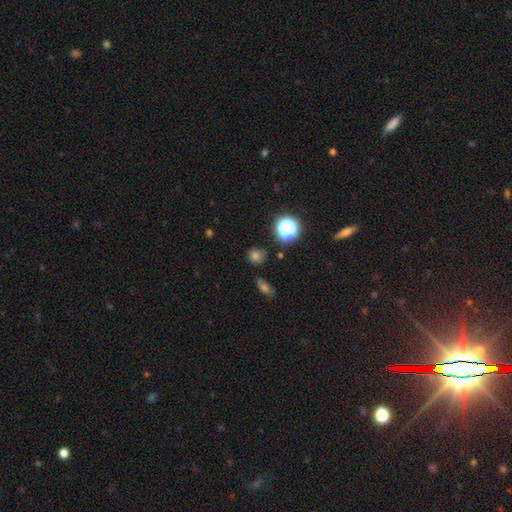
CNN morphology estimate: Smooth or featured: smooth — 64% (star or artifact — 28%)
How rounded: round — 80% (in between — 19%)
Merging: none — 79% (minor disturbance — 12%)